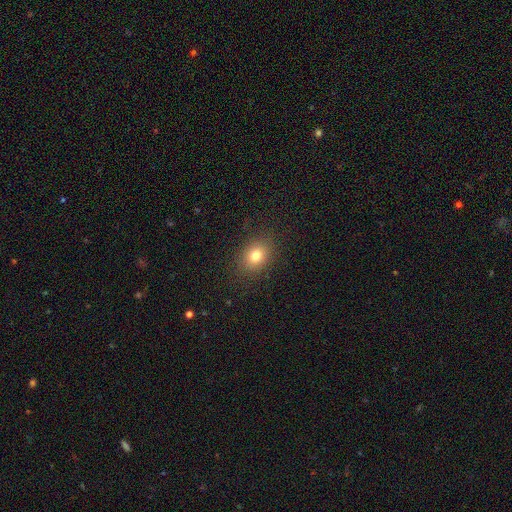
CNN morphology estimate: smooth-or-featured: smooth: 78% | star or artifact: 13% | featured or disk: 10%
  how-rounded: in between: 55% | round: 44% | cigar-shaped: 1%
  merging: none: 87% | minor disturbance: 9% | major disturbance: 3% | merger: 1%